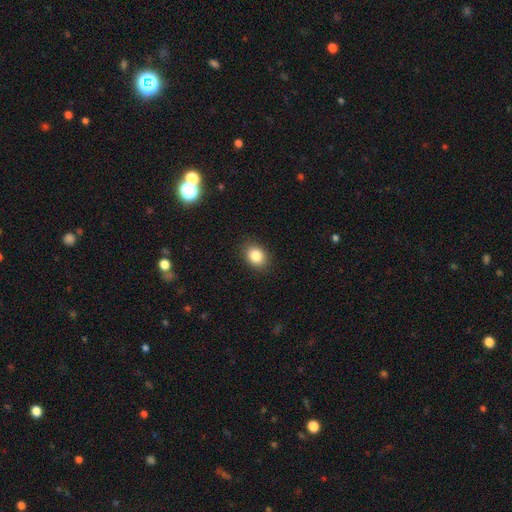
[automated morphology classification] smooth_or_featured: smooth (p=0.85) [alt: star or artifact p=0.09]
how_rounded: in between (p=0.62) [alt: round p=0.37]
merging: none (p=0.88) [alt: minor disturbance p=0.09]